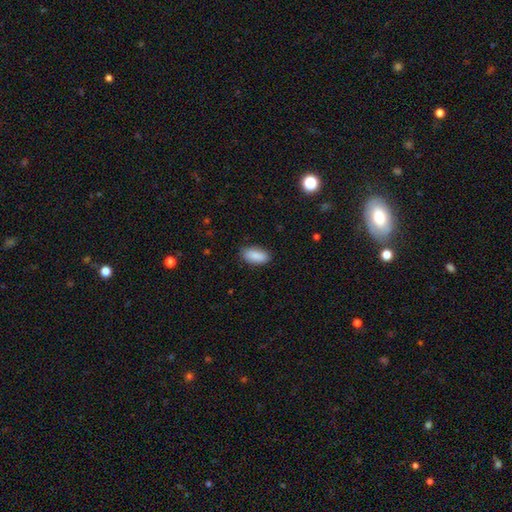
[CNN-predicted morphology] Smooth or featured? Predicted: smooth (p=0.88). How rounded? Predicted: in between (p=0.90). Merging? Predicted: none (p=0.86).